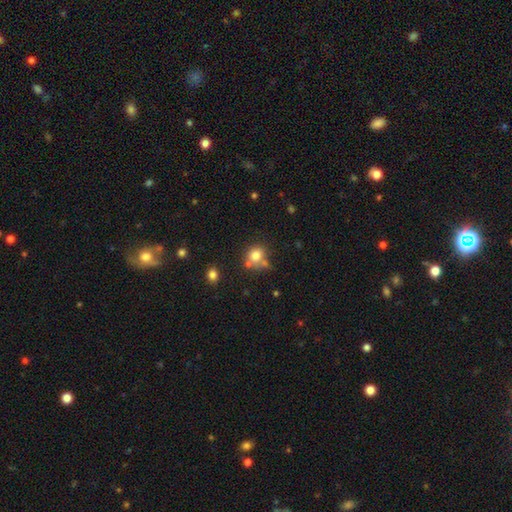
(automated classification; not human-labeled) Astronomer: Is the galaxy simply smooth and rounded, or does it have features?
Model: smooth — 78%.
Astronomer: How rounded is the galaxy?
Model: round — 80%.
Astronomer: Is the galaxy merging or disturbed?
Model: none — 57%.